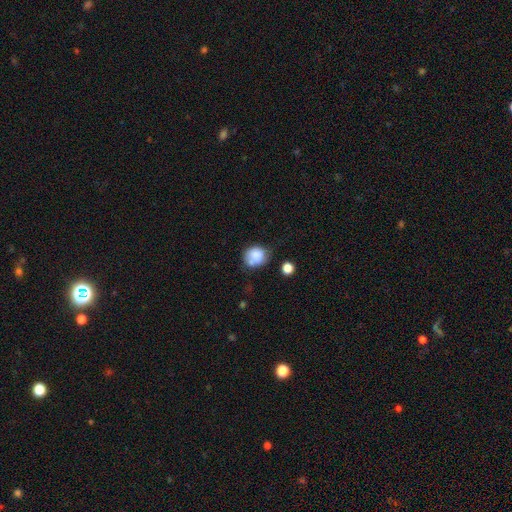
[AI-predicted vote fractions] A smooth galaxy with no disk features (79%) that is round (72%). Merging: none (47%).